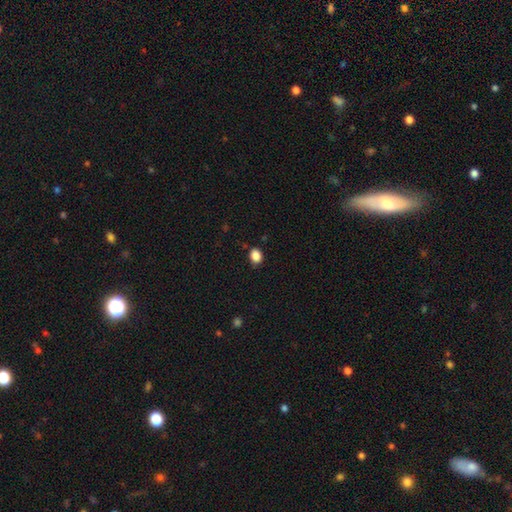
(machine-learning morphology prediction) A smooth galaxy with no disk features (87%) that is in between round and cigar-shaped (58%).

Vote fractions:
- Smooth or featured? smooth: 87% / star or artifact: 10% / featured or disk: 3%
- How rounded? in between: 58% / round: 41% / cigar-shaped: 1%
- Merging? none: 82% / minor disturbance: 14% / major disturbance: 3% / merger: 2%